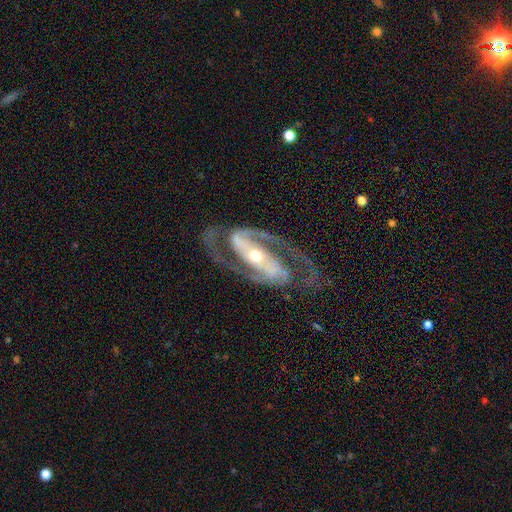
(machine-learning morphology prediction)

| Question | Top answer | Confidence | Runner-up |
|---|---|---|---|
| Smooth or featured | featured or disk | 94% | star or artifact (4%) |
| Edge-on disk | no | 97% | yes (3%) |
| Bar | strong | 57% | weak (23%) |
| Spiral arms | yes | 98% | no (2%) |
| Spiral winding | medium | 61% | tight (26%) |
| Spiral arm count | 2 | 94% | 3 (2%) |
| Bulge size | moderate | 57% | small (36%) |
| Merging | none | 79% | minor disturbance (12%) |